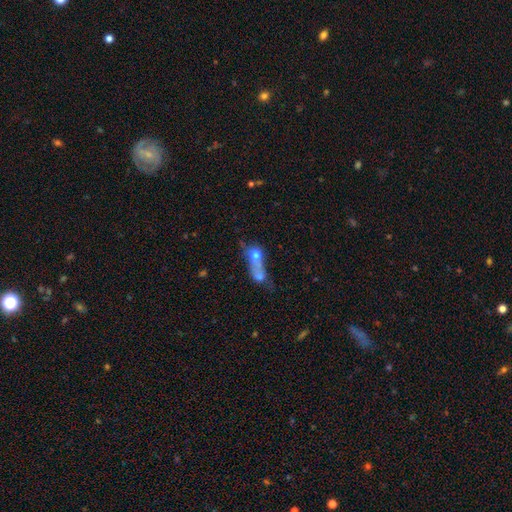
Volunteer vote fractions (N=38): Smooth or featured? smooth (74%)
How rounded? round (46%)
Merging? merger (83%)